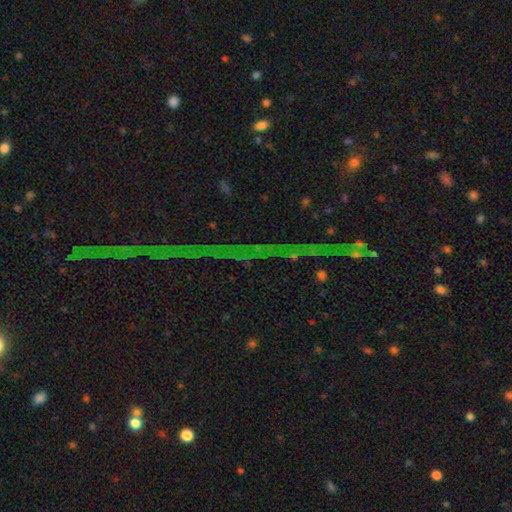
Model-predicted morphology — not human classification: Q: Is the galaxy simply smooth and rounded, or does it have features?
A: star or artifact — 77%.